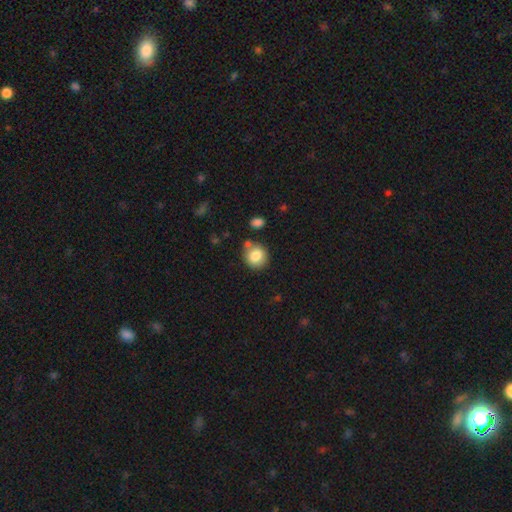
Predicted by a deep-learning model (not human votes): Morphology: type=smooth (82%); roundness=round (85%); merging=none (75%).